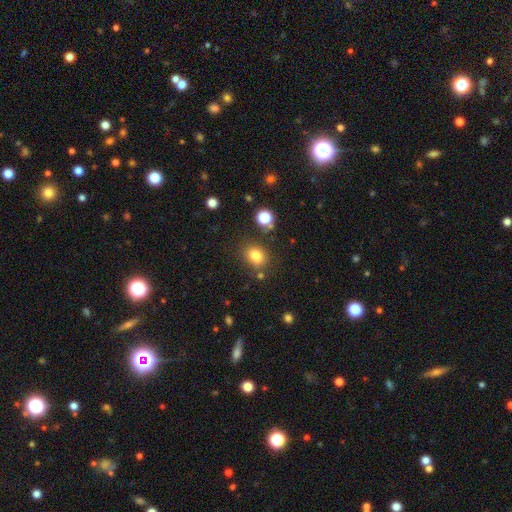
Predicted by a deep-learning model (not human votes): smooth-or-featured: smooth: 78% | star or artifact: 14% | featured or disk: 8%
  how-rounded: round: 53% | in between: 45% | cigar-shaped: 1%
  merging: none: 71% | minor disturbance: 14% | merger: 10% | major disturbance: 4%